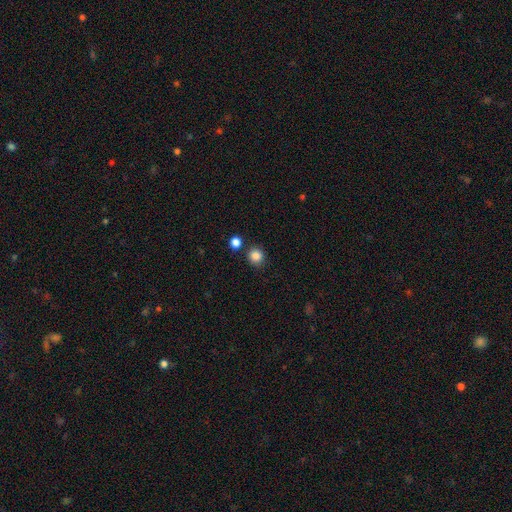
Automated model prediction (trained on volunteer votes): Morphology: type=smooth (85%); roundness=round (91%); merging=none (84%).